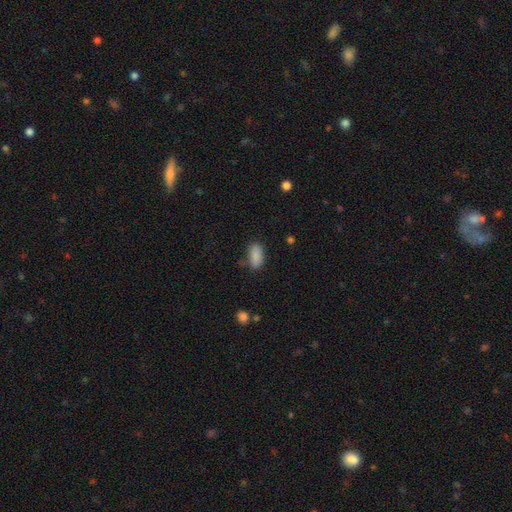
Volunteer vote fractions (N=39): Overall: smooth (90%). How rounded: in between (89%). Merging: none (89%).